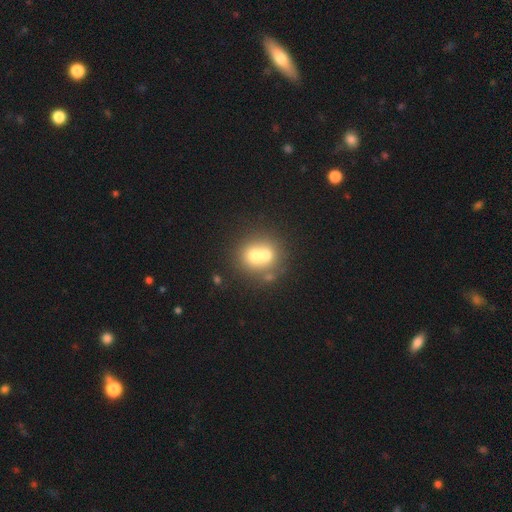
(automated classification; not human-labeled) Smooth or featured: smooth — 64% (featured or disk — 24%)
How rounded: round — 82% (in between — 17%)
Merging: merger — 62% (none — 29%)